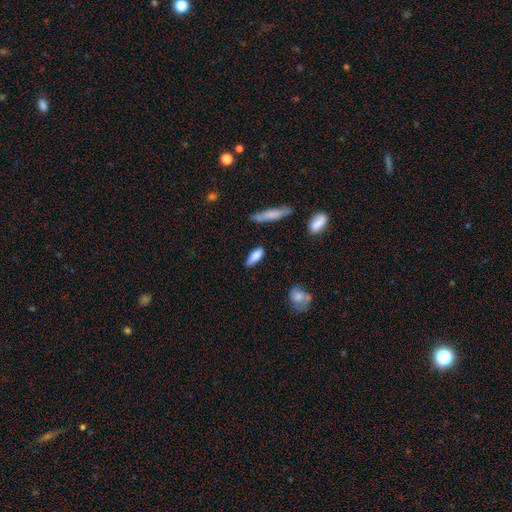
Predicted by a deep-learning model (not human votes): Smooth or featured?
  - smooth: 82% *
  - featured or disk: 11%
  - star or artifact: 6%
How rounded?
  - in between: 63% *
  - cigar-shaped: 34%
  - round: 2%
Merging?
  - none: 80% *
  - minor disturbance: 14%
  - major disturbance: 3%
  - merger: 2%